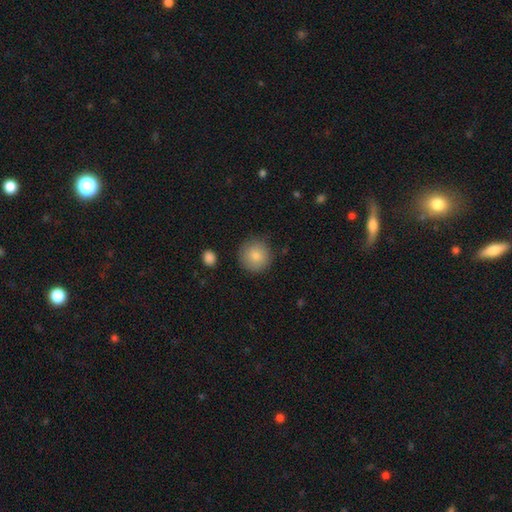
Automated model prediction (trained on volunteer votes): smooth-or-featured: smooth: 84% | featured or disk: 8% | star or artifact: 8%
  how-rounded: round: 94% | in between: 5% | cigar-shaped: 1%
  merging: none: 87% | minor disturbance: 9% | major disturbance: 3% | merger: 2%